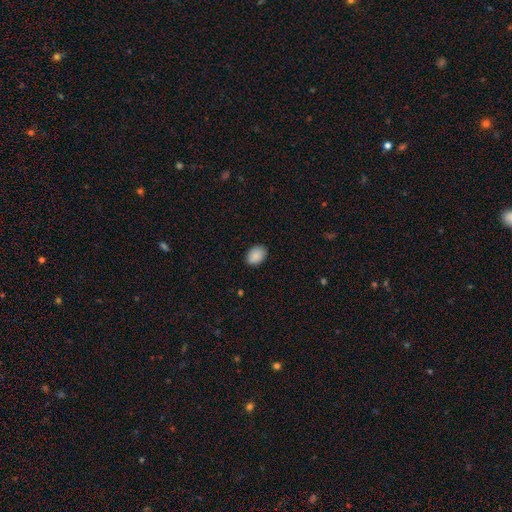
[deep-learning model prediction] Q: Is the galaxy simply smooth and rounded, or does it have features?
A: smooth — 89%.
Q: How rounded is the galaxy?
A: in between — 82%.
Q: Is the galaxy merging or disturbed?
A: none — 87%.